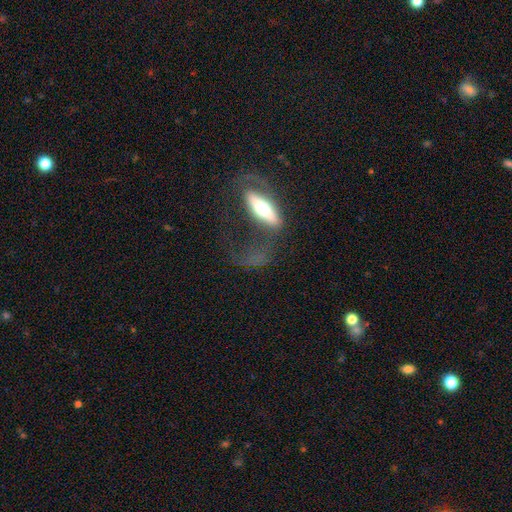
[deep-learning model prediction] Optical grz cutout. It shows a featured or disk galaxy (52%) viewed edge-on (51%). Merging: major disturbance (50%).